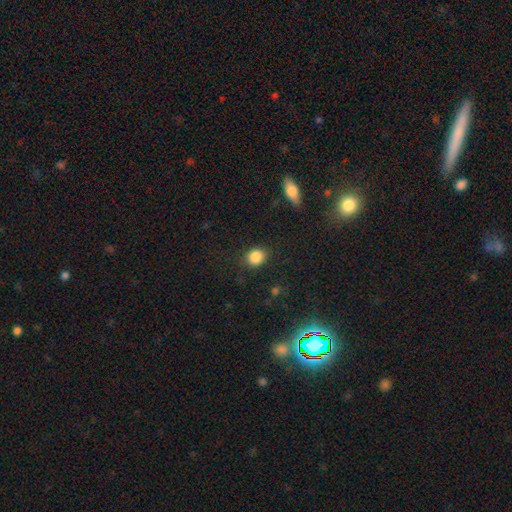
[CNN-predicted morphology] smooth_or_featured: smooth (p=0.86) [alt: star or artifact p=0.10]
how_rounded: round (p=0.68) [alt: in between p=0.31]
merging: none (p=0.82) [alt: minor disturbance p=0.12]